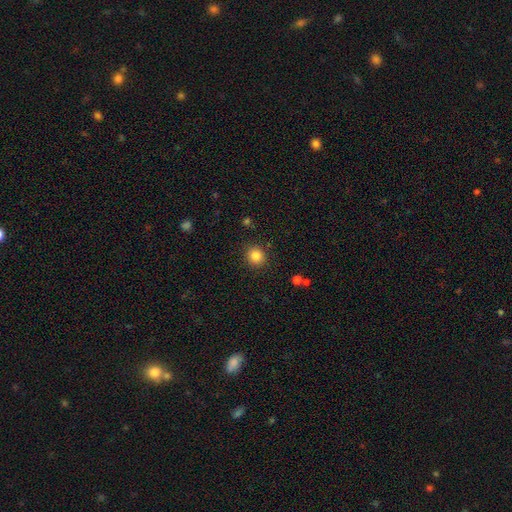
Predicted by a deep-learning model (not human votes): A smooth galaxy with no disk features (85%) that is round (88%). Merging: none (89%).